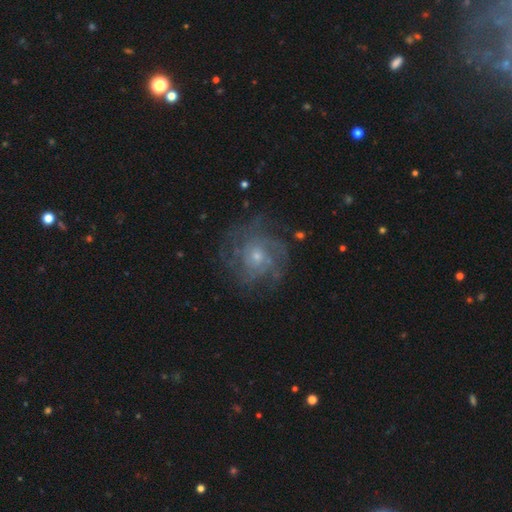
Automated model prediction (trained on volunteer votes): This appears to be a featured or disk galaxy (75%) with no bar (82%), tight (57%) spiral arms (88%) and a small central bulge (59%). Merging: none (74%).